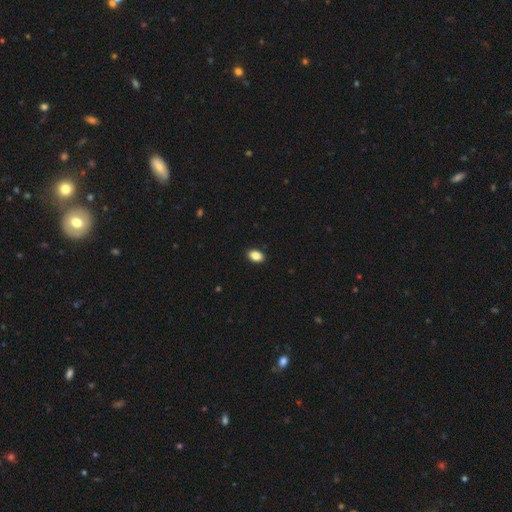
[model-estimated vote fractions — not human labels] A smooth galaxy with no disk features (88%) that is in between round and cigar-shaped (83%). Merging: none (91%).